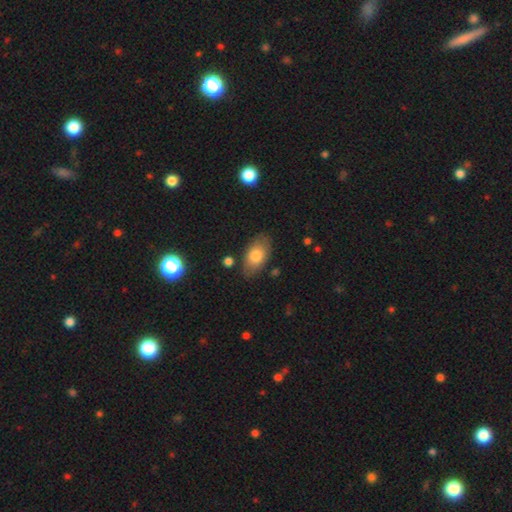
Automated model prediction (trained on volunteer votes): Smooth or featured?
  - smooth: 76% *
  - featured or disk: 17%
  - star or artifact: 7%
How rounded?
  - in between: 91% *
  - round: 6%
  - cigar-shaped: 2%
Merging?
  - none: 79% *
  - minor disturbance: 15%
  - major disturbance: 4%
  - merger: 3%